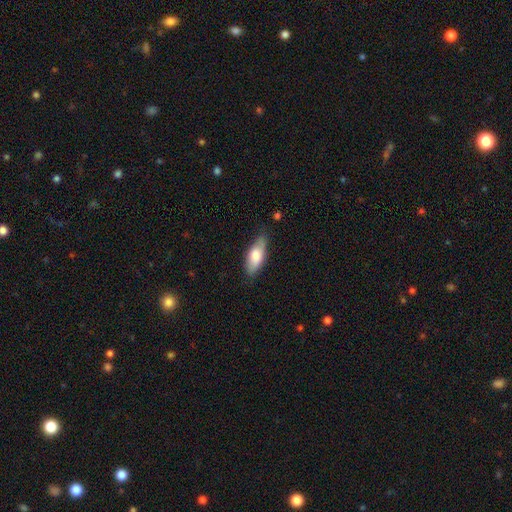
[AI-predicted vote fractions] A smooth galaxy with no disk features (72%) that is in between round and cigar-shaped (77%). Merging: none (69%).